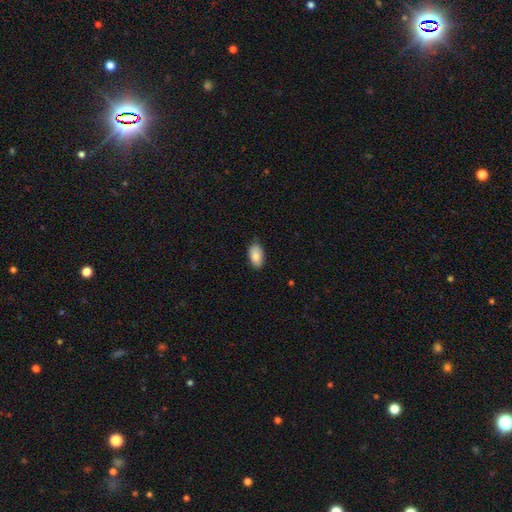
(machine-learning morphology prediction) Smooth or featured?
  - smooth: 88% *
  - star or artifact: 6%
  - featured or disk: 6%
How rounded?
  - in between: 95% *
  - round: 3%
  - cigar-shaped: 2%
Merging?
  - none: 85% *
  - minor disturbance: 12%
  - major disturbance: 2%
  - merger: 1%